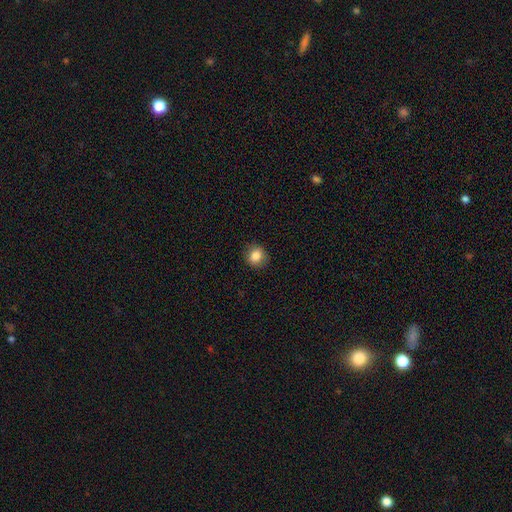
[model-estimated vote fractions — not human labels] Q: Smooth or featured?
A: smooth (84%); runner-up: star or artifact (10%)
Q: How rounded?
A: round (76%); runner-up: in between (23%)
Q: Merging?
A: none (87%); runner-up: minor disturbance (10%)